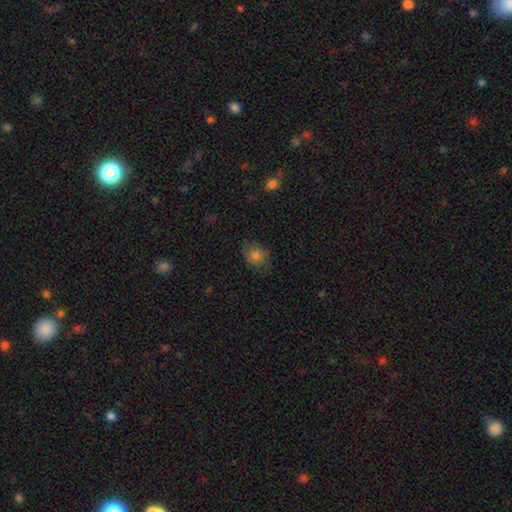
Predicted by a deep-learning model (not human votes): Morphology: type=smooth (82%); roundness=round (66%); merging=none (74%).